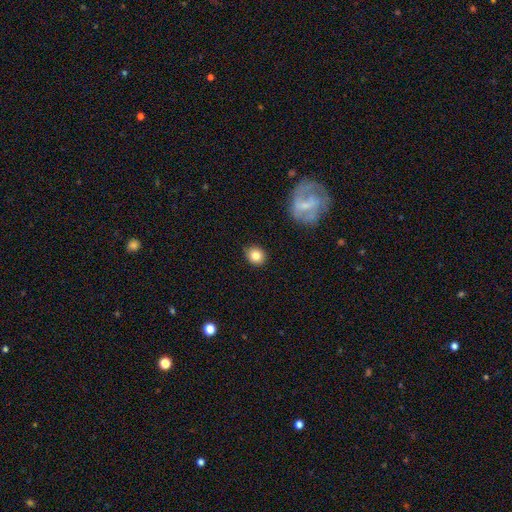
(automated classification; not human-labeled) A smooth galaxy with no disk features (82%) that is round (78%). Merging: none (89%).